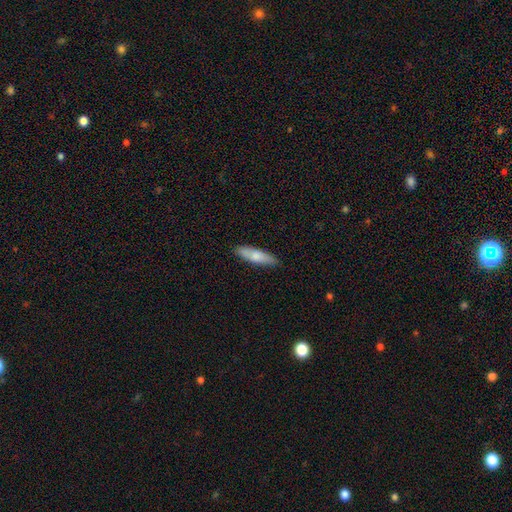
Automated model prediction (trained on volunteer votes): smooth-or-featured: smooth: 74% | featured or disk: 20% | star or artifact: 6%
  how-rounded: cigar-shaped: 65% | in between: 33% | round: 2%
  merging: none: 86% | minor disturbance: 11% | major disturbance: 2% | merger: 1%